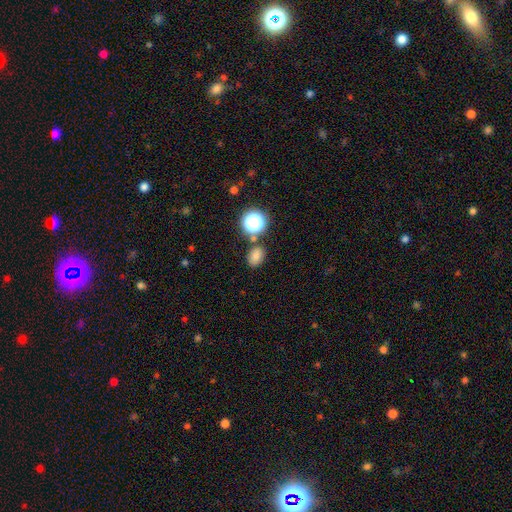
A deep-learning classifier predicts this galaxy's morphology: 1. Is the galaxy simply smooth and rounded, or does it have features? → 76% smooth, 17% star or artifact, 7% featured or disk.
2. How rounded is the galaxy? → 67% in between, 32% round, 1% cigar-shaped.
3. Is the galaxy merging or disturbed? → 76% none, 11% minor disturbance, 9% merger, 3% major disturbance.